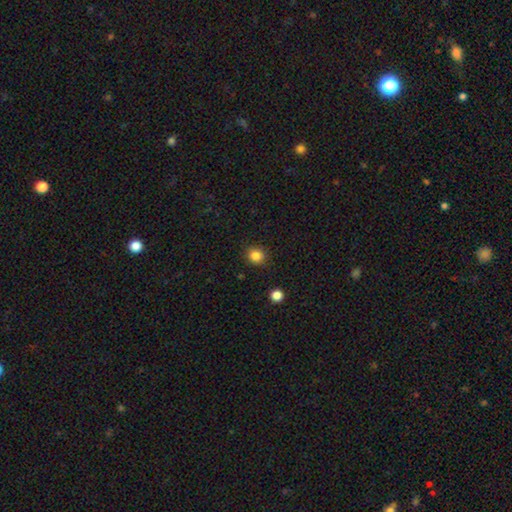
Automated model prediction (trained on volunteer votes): This is clearly a smooth galaxy (85%). How rounded: clearly round (85%). Merging: clearly none (90%).